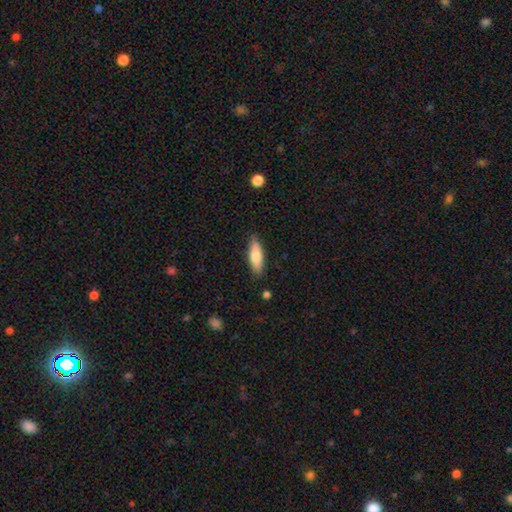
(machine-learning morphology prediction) smooth_or_featured: smooth (p=0.78) [alt: featured or disk p=0.16]
how_rounded: in between (p=0.53) [alt: cigar-shaped p=0.45]
merging: none (p=0.84) [alt: minor disturbance p=0.12]